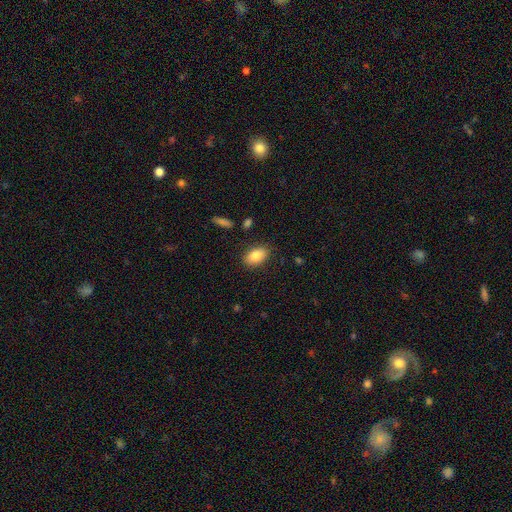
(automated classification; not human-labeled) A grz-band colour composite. It shows a smooth galaxy with no disk features (84%) that is in between round and cigar-shaped (88%). Merging: none (84%).